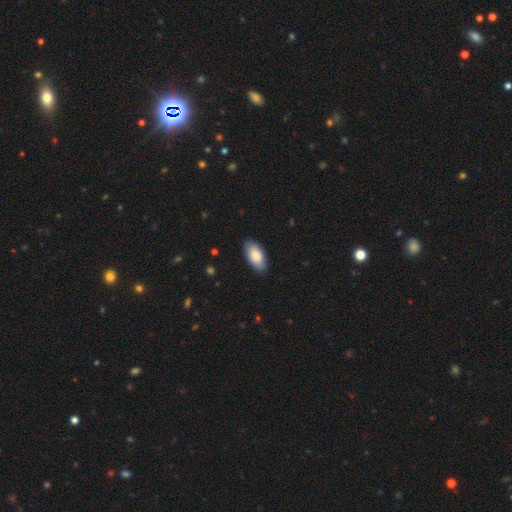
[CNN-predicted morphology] A smooth galaxy with no disk features (86%) that is in between round and cigar-shaped (94%). Merging: none (86%).